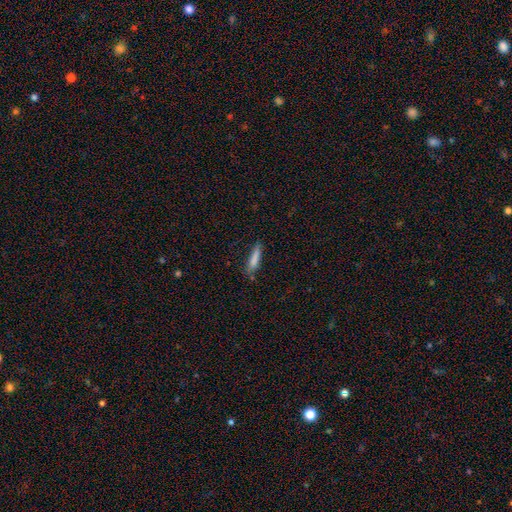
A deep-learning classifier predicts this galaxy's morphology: This appears to be a smooth galaxy with no disk features (47%). Merging: none (81%).